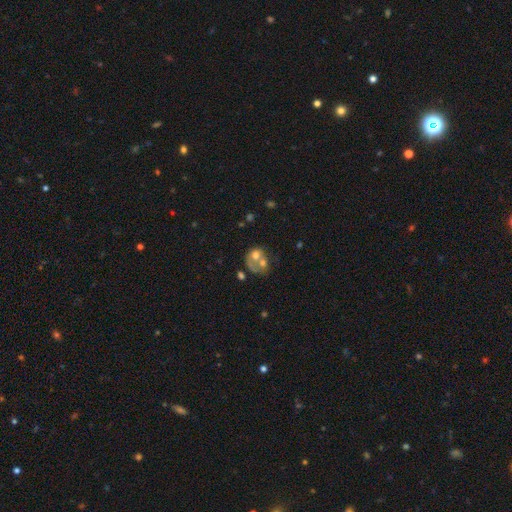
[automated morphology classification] smooth 50%, featured or disk 40%, star or artifact 10%. Down the decision tree: merging — merger (61%).